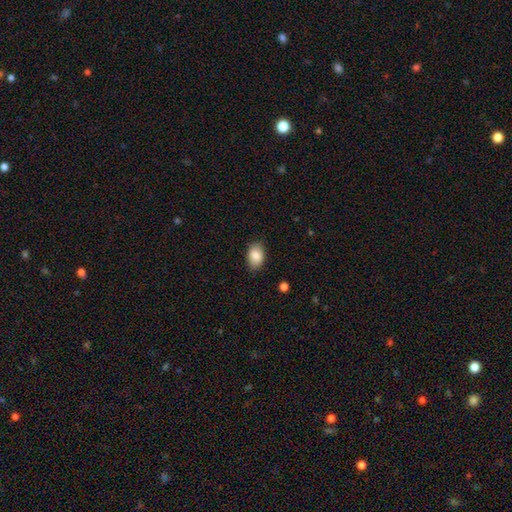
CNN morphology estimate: A smooth galaxy with no disk features (87%) that is in between round and cigar-shaped (87%).

Vote fractions:
- Smooth or featured? smooth: 87% / star or artifact: 7% / featured or disk: 6%
- How rounded? in between: 87% / round: 12% / cigar-shaped: 1%
- Merging? none: 85% / minor disturbance: 11% / major disturbance: 2% / merger: 1%